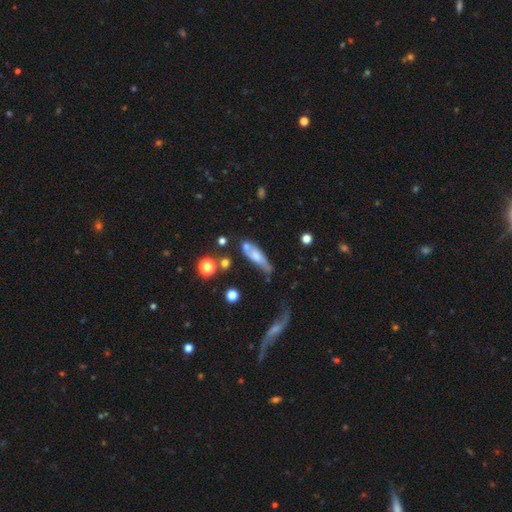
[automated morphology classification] smooth-or-featured: smooth: 54% | featured or disk: 37% | star or artifact: 9%
  how-rounded: cigar-shaped: 54% | in between: 43% | round: 4%
  merging: none: 39% | minor disturbance: 26% | merger: 21% | major disturbance: 15%